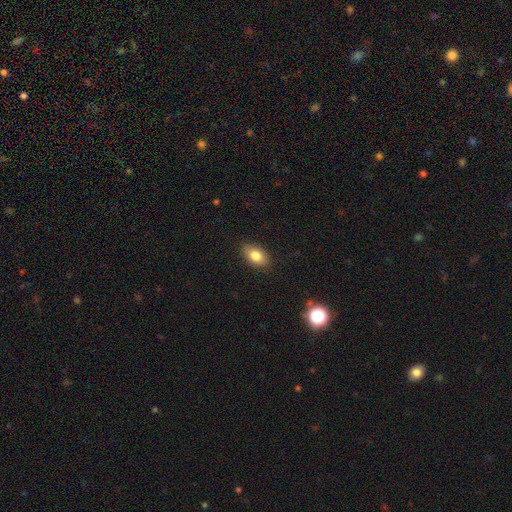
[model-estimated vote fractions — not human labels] smooth_or_featured: smooth (p=0.82) [alt: featured or disk p=0.10]
how_rounded: in between (p=0.88) [alt: round p=0.10]
merging: none (p=0.87) [alt: minor disturbance p=0.10]